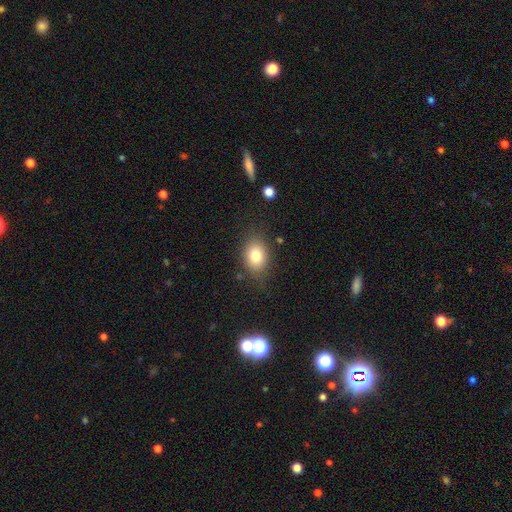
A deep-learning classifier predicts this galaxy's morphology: This is likely a smooth galaxy (80%). How rounded: likely in between (71%). Merging: likely none (79%).